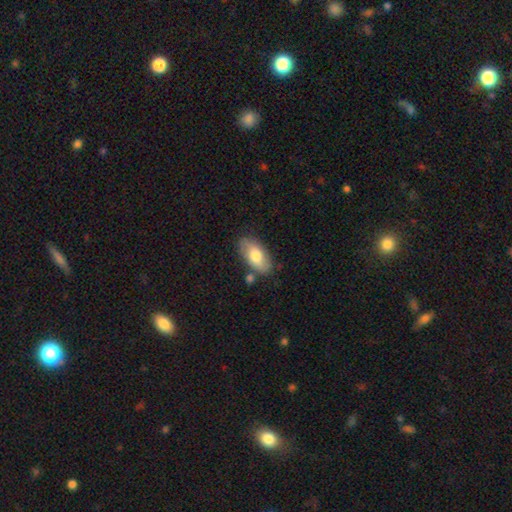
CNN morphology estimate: Smooth or featured?
  - smooth: 69% *
  - featured or disk: 25%
  - star or artifact: 6%
How rounded?
  - in between: 92% *
  - cigar-shaped: 5%
  - round: 4%
Merging?
  - none: 75% *
  - minor disturbance: 16%
  - merger: 6%
  - major disturbance: 3%